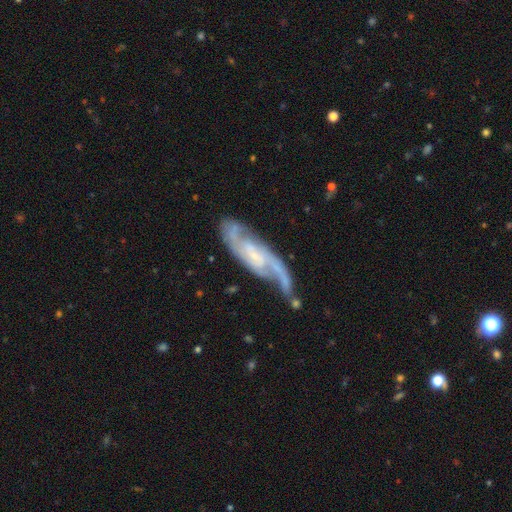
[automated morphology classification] A featured or disk galaxy (88%) with a weak bar (42%), 2 (81%) medium (51%) spiral arms (97%) and a small central bulge (67%).

Vote fractions:
- Smooth or featured? featured or disk: 88% / smooth: 7% / star or artifact: 5%
- Edge-on disk? no: 88% / yes: 12%
- Bar? weak: 42% / no: 41% / strong: 17%
- Spiral arms? yes: 97% / no: 3%
- Spiral winding? medium: 51% / tight: 29% / loose: 20%
- Spiral arm count? 2: 81% / can't tell: 7% / 3: 6% / 1: 2% / 4: 2% / more than 4: 2%
- Bulge size? small: 67% / moderate: 18% / none: 12% / large: 2% / dominant: 1%
- Merging? none: 65% / minor disturbance: 21% / major disturbance: 10% / merger: 4%